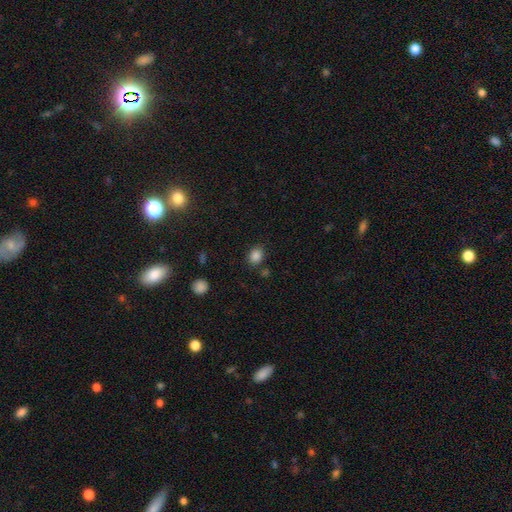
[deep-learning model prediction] Overall: smooth (85%). How rounded: round (51%; in between 48%). Merging: none (78%).